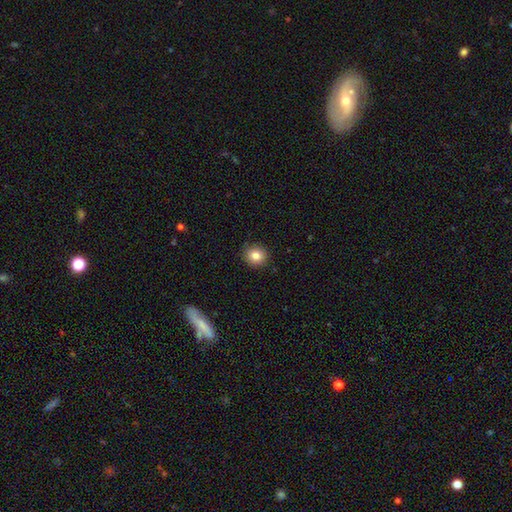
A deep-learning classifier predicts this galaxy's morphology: This is clearly a smooth galaxy (83%). How rounded: clearly round (89%). Merging: clearly none (91%).